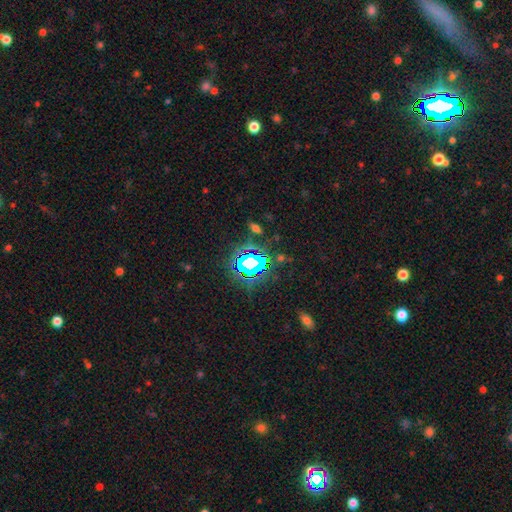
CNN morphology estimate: Smooth or featured? star or artifact (78%)